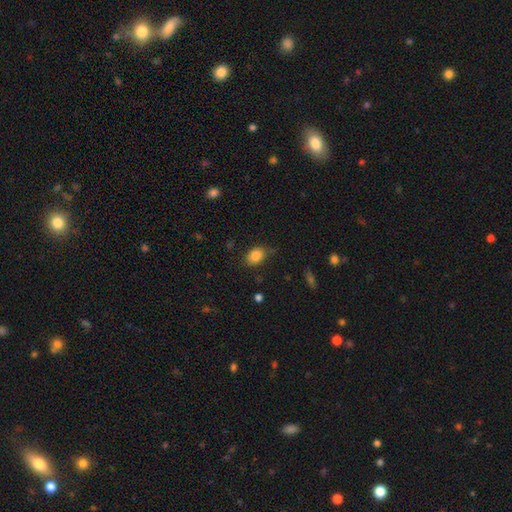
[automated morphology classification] smooth_or_featured: smooth (p=0.85) [alt: star or artifact p=0.09]
how_rounded: in between (p=0.73) [alt: round p=0.26]
merging: none (p=0.74) [alt: minor disturbance p=0.19]